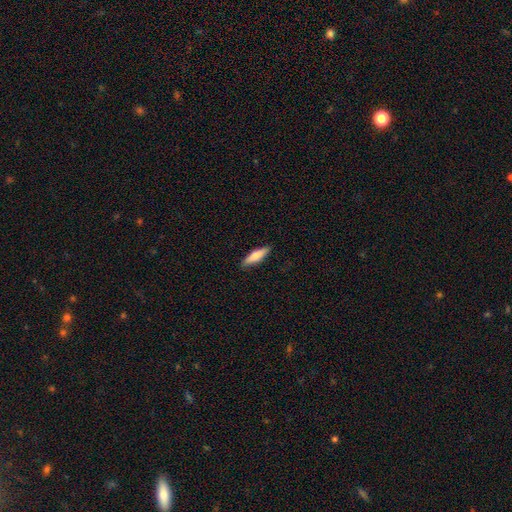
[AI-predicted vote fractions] Smooth or featured? Predicted: smooth (p=0.71). How rounded? Predicted: cigar-shaped (p=0.66). Merging? Predicted: none (p=0.87).